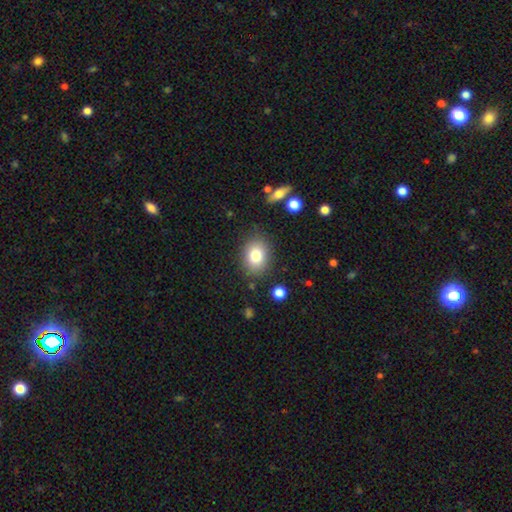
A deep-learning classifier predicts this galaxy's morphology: This appears to be a smooth galaxy with no disk features (79%) that is in between round and cigar-shaped (61%). Merging: none (83%).